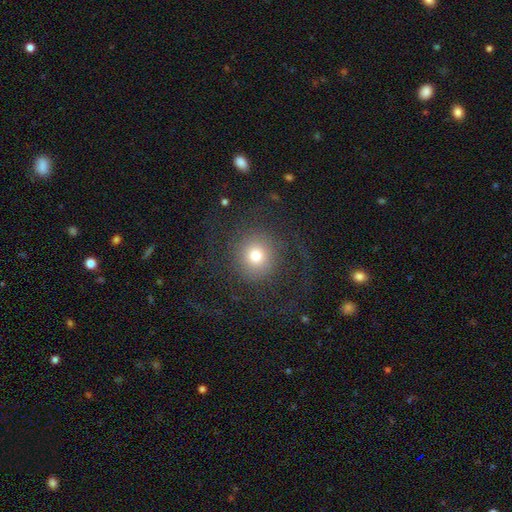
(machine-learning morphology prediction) Smooth or featured: smooth — 69% (featured or disk — 17%)
How rounded: round — 90% (in between — 9%)
Merging: none — 72% (major disturbance — 17%)